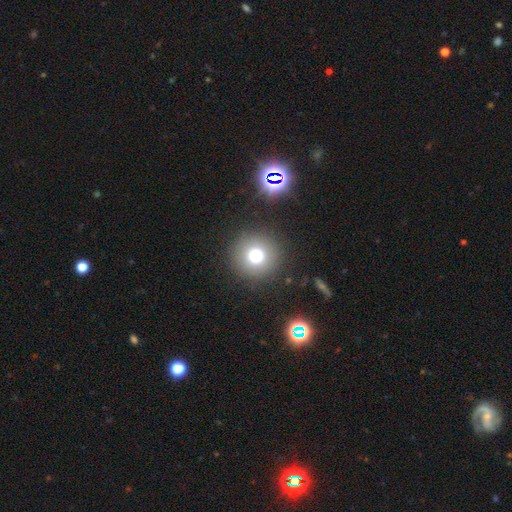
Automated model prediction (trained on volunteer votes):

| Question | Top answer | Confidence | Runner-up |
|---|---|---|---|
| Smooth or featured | smooth | 72% | star or artifact (17%) |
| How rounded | round | 96% | in between (3%) |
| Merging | none | 89% | minor disturbance (6%) |